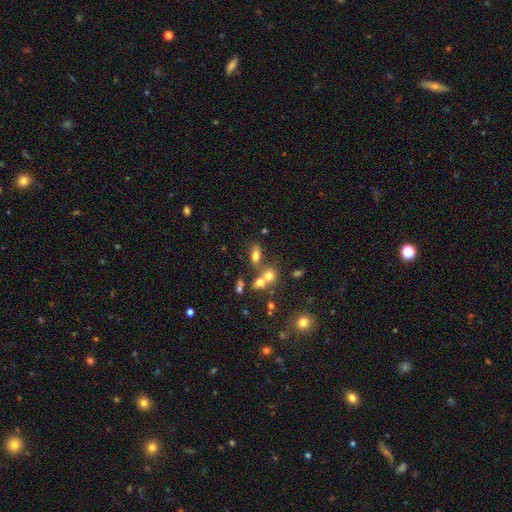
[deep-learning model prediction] A smooth galaxy with no disk features (66%) that is in between round and cigar-shaped (75%). Merging: none (53%).